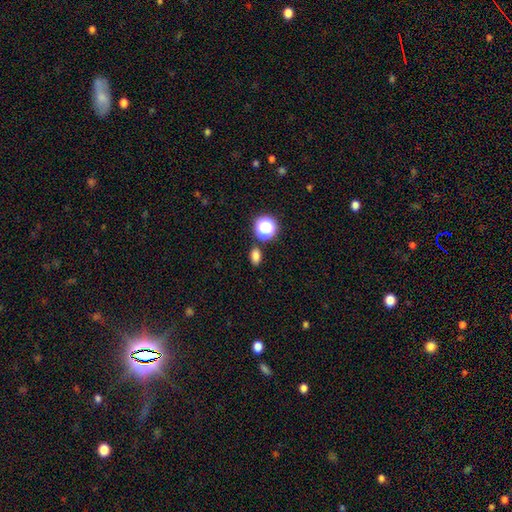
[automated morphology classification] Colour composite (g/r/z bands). It shows a smooth galaxy with no disk features (78%) that is in between round and cigar-shaped (77%). Merging: none (83%).